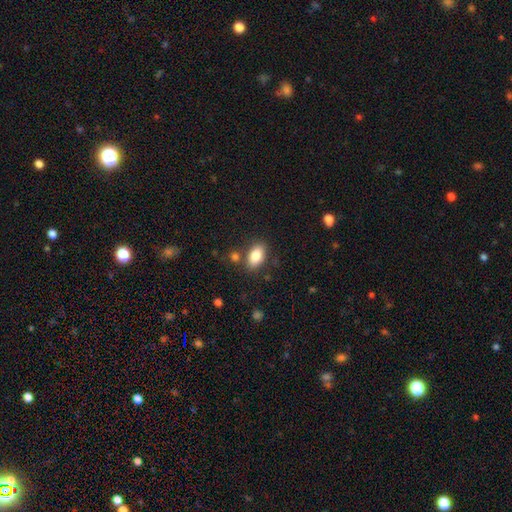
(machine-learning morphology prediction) This is clearly a smooth galaxy (83%). How rounded: clearly in between (90%). Merging: likely none (78%).